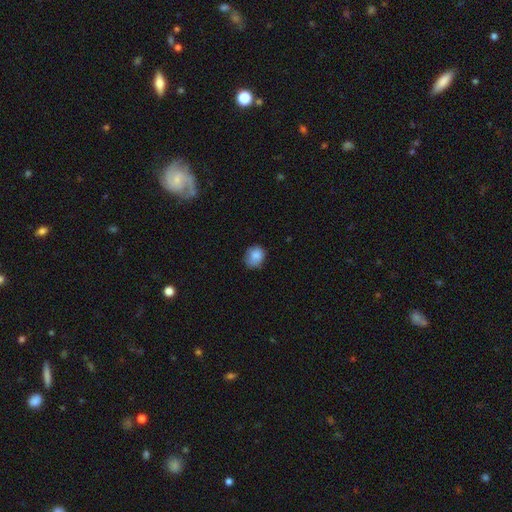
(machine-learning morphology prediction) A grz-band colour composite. It shows a smooth galaxy with no disk features (84%) that is round (66%). Merging: none (70%).